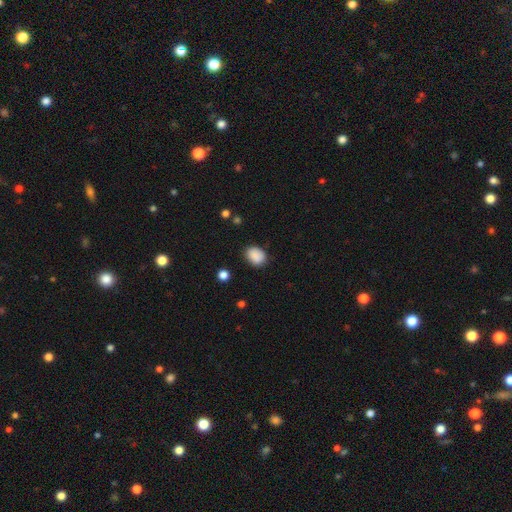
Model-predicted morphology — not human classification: This appears to be a smooth galaxy with no disk features (88%) that is in between round and cigar-shaped (63%). Merging: none (79%).